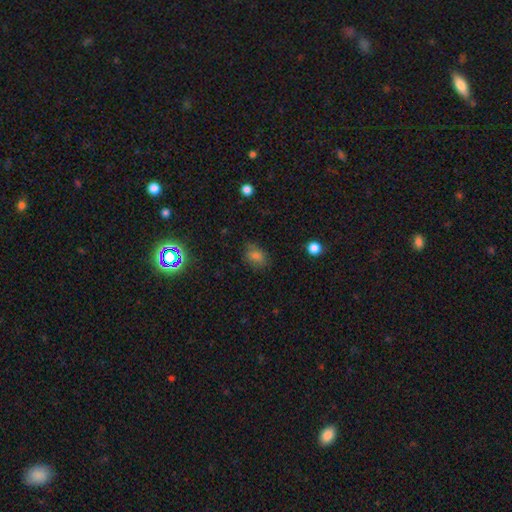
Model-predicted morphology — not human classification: type=smooth (70%); roundness=in between (65%); merging=none (74%).